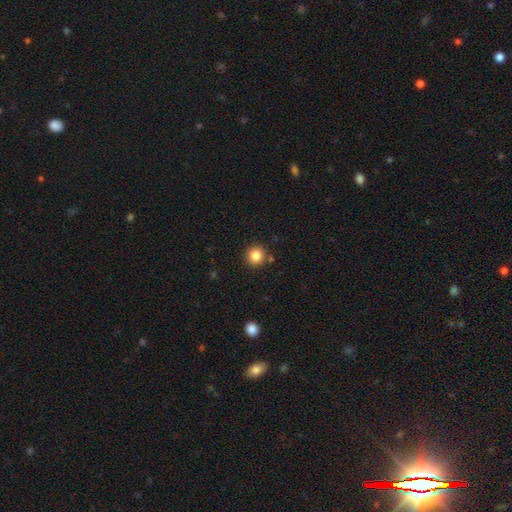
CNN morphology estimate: This appears to be a smooth galaxy with no disk features (85%) that is round (94%). Merging: none (88%).